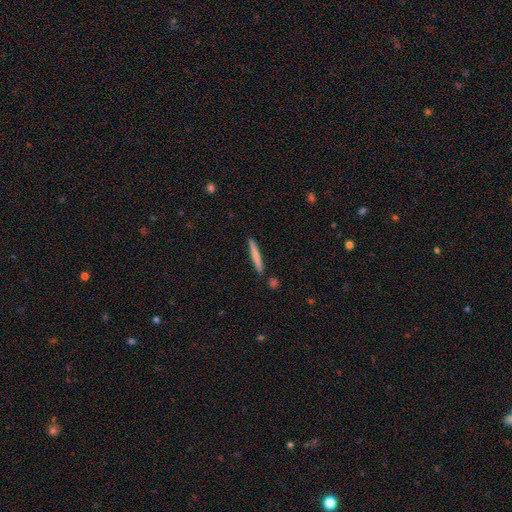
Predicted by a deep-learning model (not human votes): Overall: smooth (71%). How rounded: cigar-shaped (96%). Merging: none (88%).